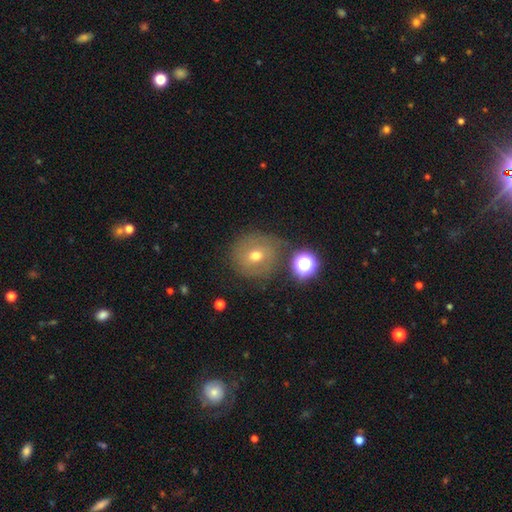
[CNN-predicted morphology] Smooth or featured? smooth (54%)
How rounded? round (90%)
Merging? none (73%)